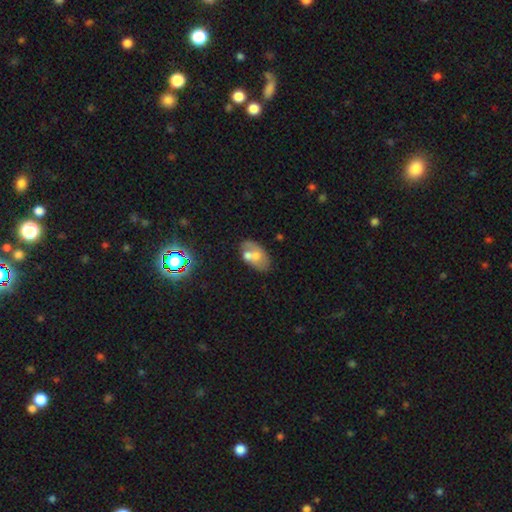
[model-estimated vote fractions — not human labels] This appears to be a smooth galaxy with no disk features (46%). Merging: none (39%).